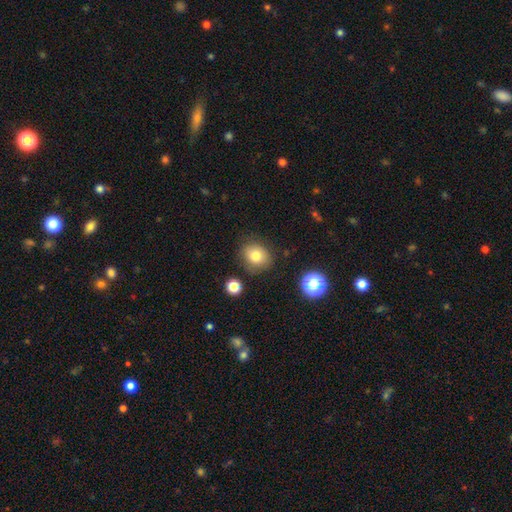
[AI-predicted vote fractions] This is clearly a smooth galaxy (80%). How rounded: likely round (70%). Merging: likely none (79%).